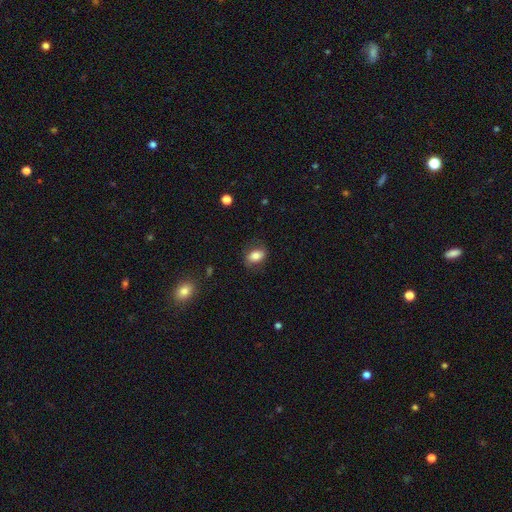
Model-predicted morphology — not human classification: Overall: smooth (76%). How rounded: in between (83%). Merging: none (75%).